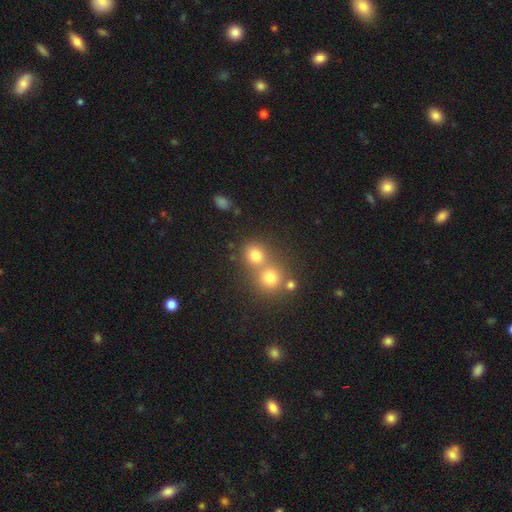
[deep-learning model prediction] The model was most divided on "merging": none: 48%, merger: 41%, minor disturbance: 7%, major disturbance: 3%. More confident: how rounded — round (79%); smooth or featured — smooth (76%).